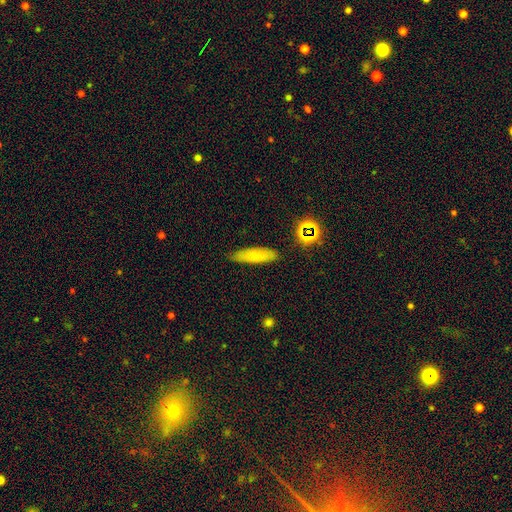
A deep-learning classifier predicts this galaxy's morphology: Overall: smooth (73%). How rounded: cigar-shaped (65%; in between 33%). Merging: none (83%).